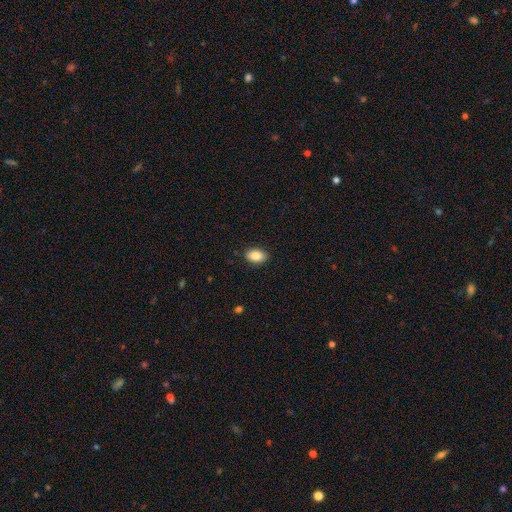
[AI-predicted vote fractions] The model was most divided on "smooth or featured": smooth: 87%, star or artifact: 7%, featured or disk: 6%. More confident: how rounded — in between (90%); merging — none (89%).